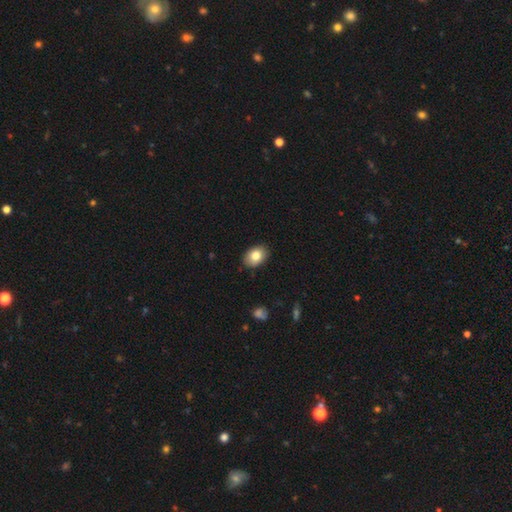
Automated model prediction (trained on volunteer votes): Smooth or featured? smooth (82%)
How rounded? in between (78%)
Merging? none (86%)